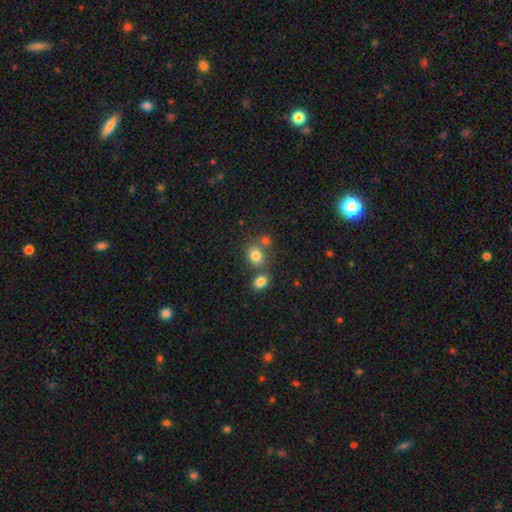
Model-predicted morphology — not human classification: A smooth galaxy with no disk features (80%) that is round (68%). Merging: none (57%).